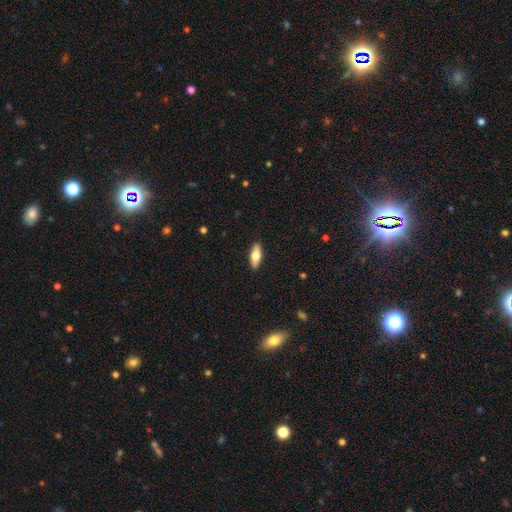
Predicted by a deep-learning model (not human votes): Smooth or featured? smooth (70%)
How rounded? in between (71%)
Merging? none (90%)